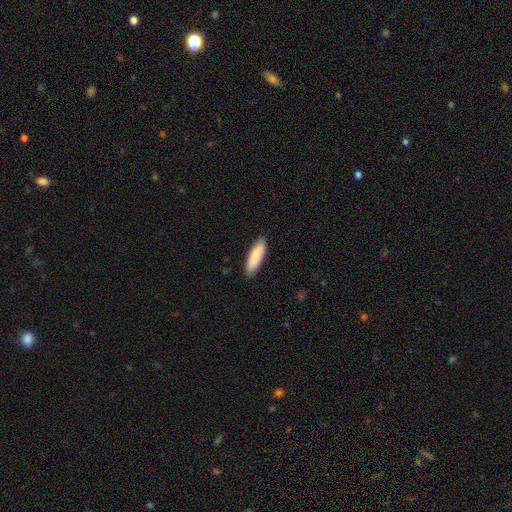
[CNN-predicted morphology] Overall: smooth (85%). How rounded: cigar-shaped (50%; in between 48%). Merging: none (88%).